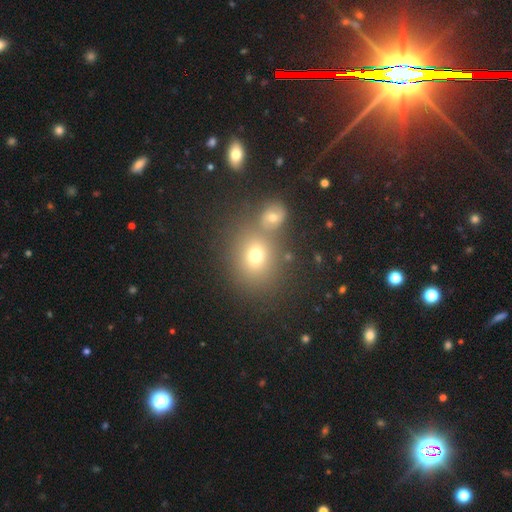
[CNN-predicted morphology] Smooth or featured? Predicted: smooth (p=0.70). How rounded? Predicted: round (p=0.68). Merging? Predicted: none (p=0.62).